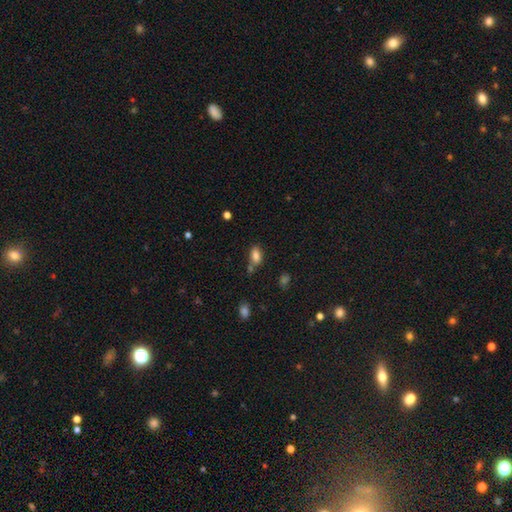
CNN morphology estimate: type=smooth (82%); roundness=in between (89%); merging=none (60%).